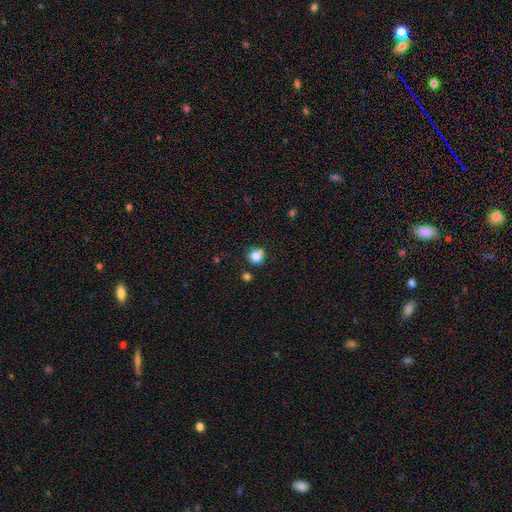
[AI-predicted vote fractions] Smooth or featured: smooth — 79% (star or artifact — 12%)
How rounded: round — 84% (in between — 15%)
Merging: none — 63% (minor disturbance — 16%)